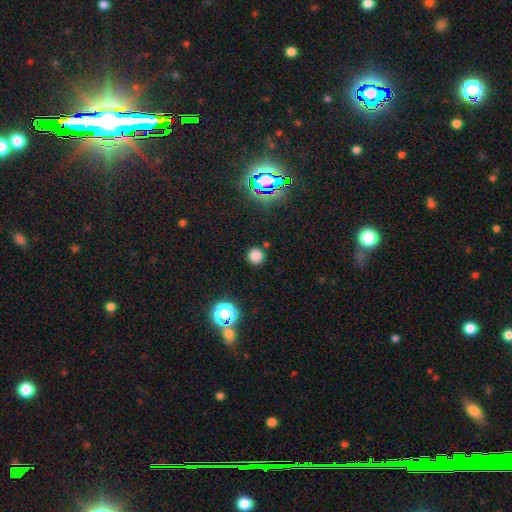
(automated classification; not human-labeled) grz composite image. It shows a smooth galaxy with no disk features (77%) that is round (94%). Merging: none (87%).